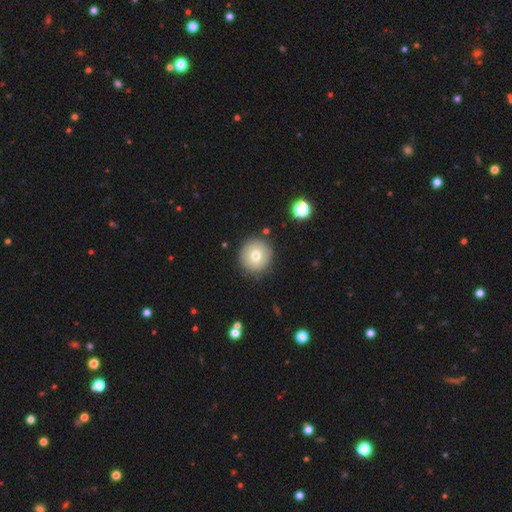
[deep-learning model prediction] Overall: smooth (72%). How rounded: round (93%). Merging: none (88%).